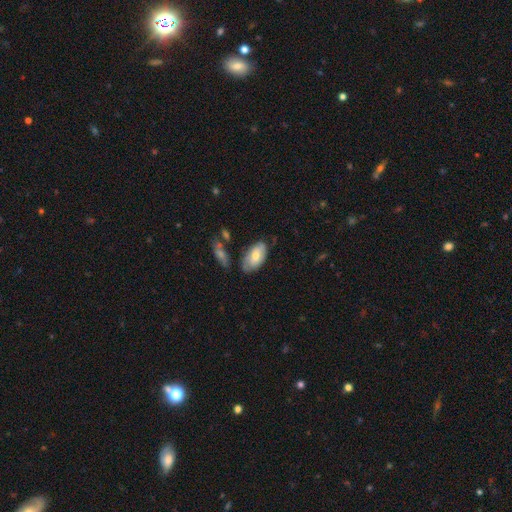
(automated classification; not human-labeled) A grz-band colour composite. It shows a smooth galaxy with no disk features (67%) that is in between round and cigar-shaped (93%). Merging: none (61%).